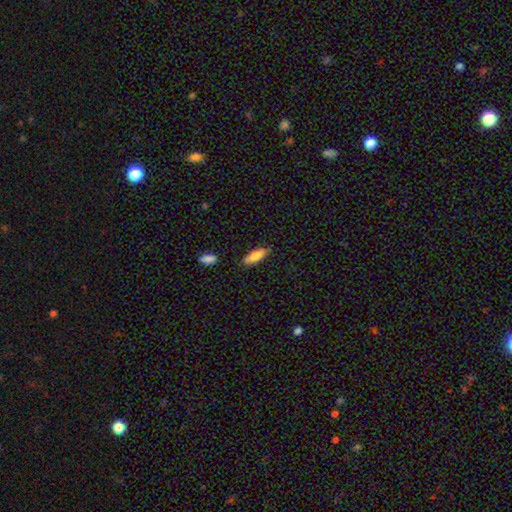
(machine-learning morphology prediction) A smooth galaxy with no disk features (81%) that is in between round and cigar-shaped (61%). Merging: none (80%).